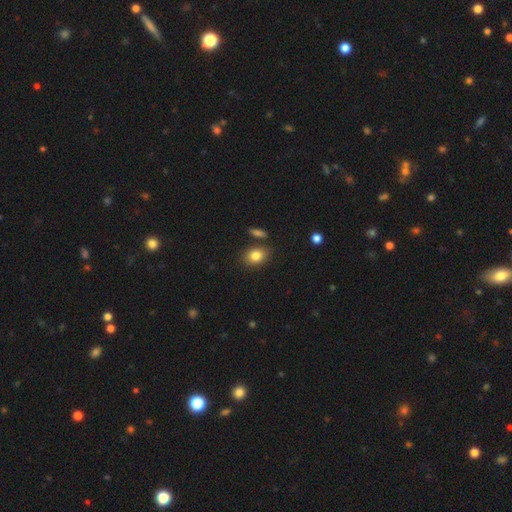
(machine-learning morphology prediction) A smooth galaxy with no disk features (83%) that is in between round and cigar-shaped (71%).

Vote fractions:
- Smooth or featured? smooth: 83% / star or artifact: 9% / featured or disk: 8%
- How rounded? in between: 71% / round: 27% / cigar-shaped: 2%
- Merging? none: 77% / minor disturbance: 13% / merger: 7% / major disturbance: 3%